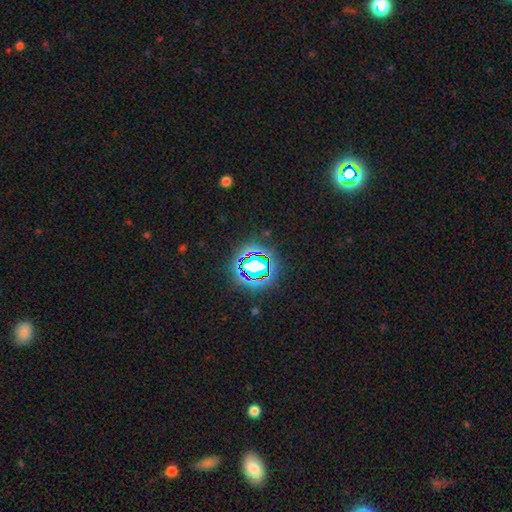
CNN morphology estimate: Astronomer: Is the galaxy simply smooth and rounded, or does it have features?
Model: star or artifact — 76%.